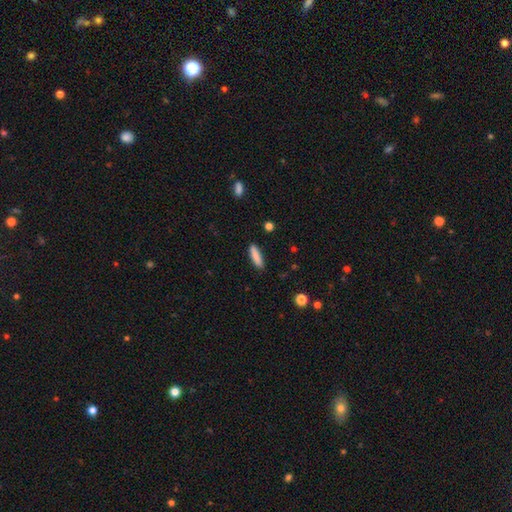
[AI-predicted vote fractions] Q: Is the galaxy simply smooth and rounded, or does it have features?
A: smooth — 86%.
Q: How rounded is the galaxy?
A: cigar-shaped — 75%.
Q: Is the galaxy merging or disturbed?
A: none — 87%.